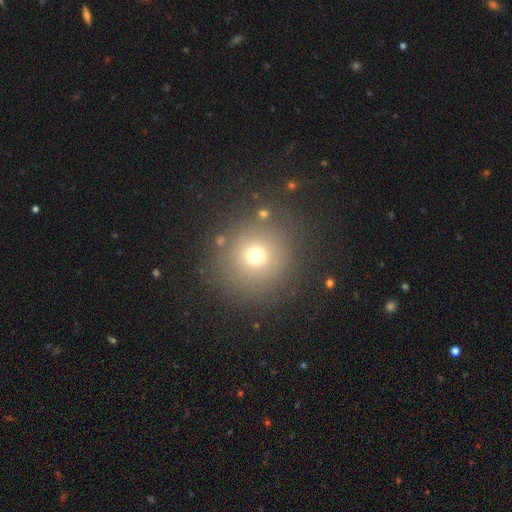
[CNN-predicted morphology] This is likely a smooth galaxy (69%). How rounded: clearly round (93%). Merging: clearly none (84%).